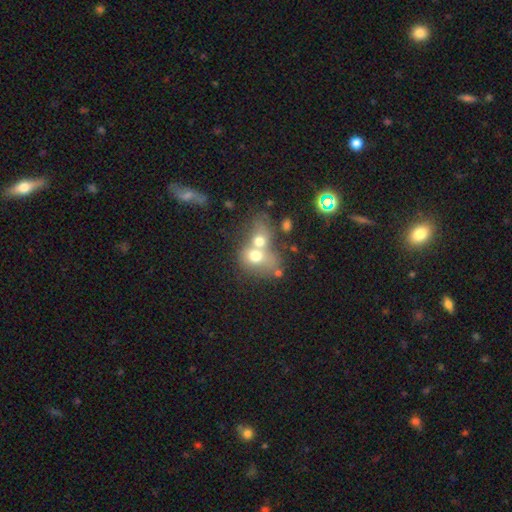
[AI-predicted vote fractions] A smooth galaxy with no disk features (64%) that is in between round and cigar-shaped (50%). Merging: merger (75%).